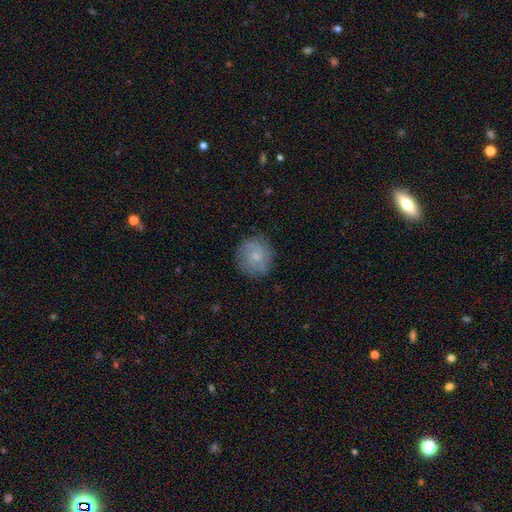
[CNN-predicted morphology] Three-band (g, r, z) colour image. It shows a smooth galaxy with no disk features (57%) that is round (87%). Merging: none (79%).